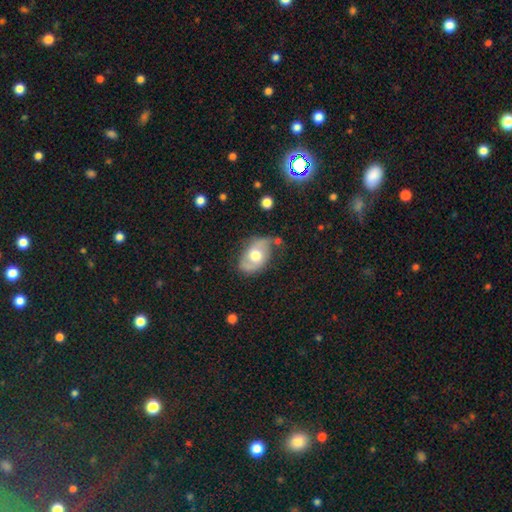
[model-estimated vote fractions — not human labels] Morphology: type=featured or disk (52%); edge-on=no (93%); merging=none (58%).